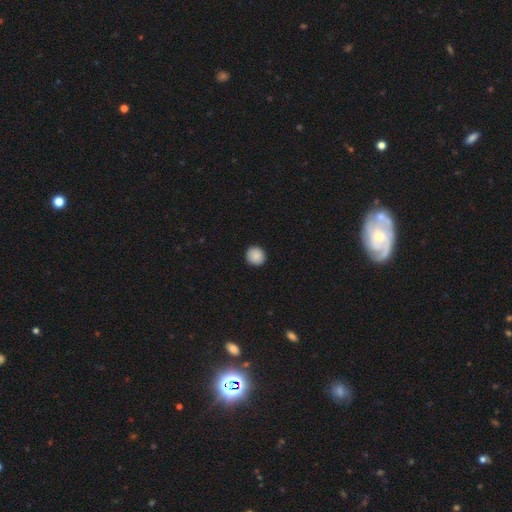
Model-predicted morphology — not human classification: Overall: smooth (89%). How rounded: round (92%). Merging: none (92%).